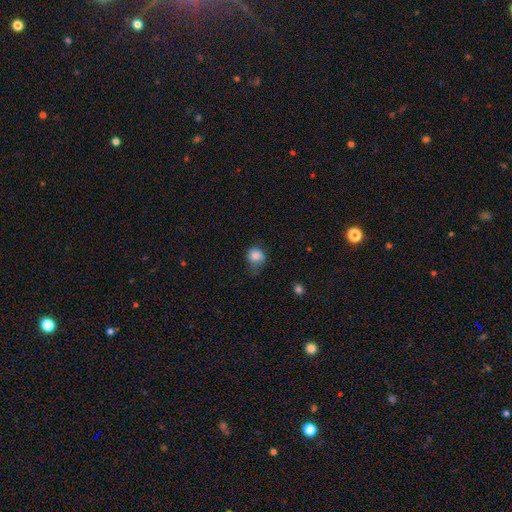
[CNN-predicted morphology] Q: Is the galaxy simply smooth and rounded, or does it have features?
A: smooth — 83%.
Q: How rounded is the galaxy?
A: round — 70%.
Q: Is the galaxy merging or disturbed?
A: none — 42%.